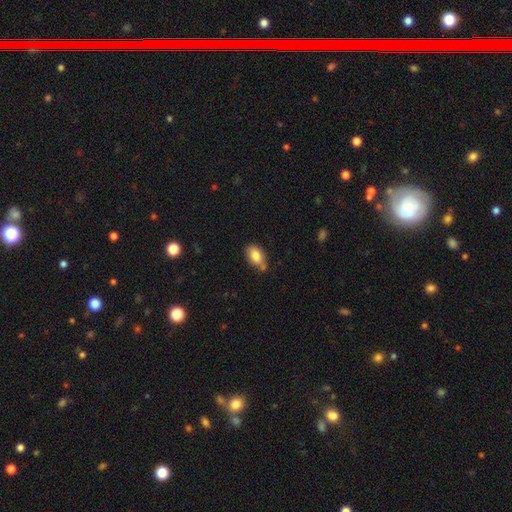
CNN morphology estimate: Smooth or featured? smooth (82%)
How rounded? in between (86%)
Merging? none (62%)